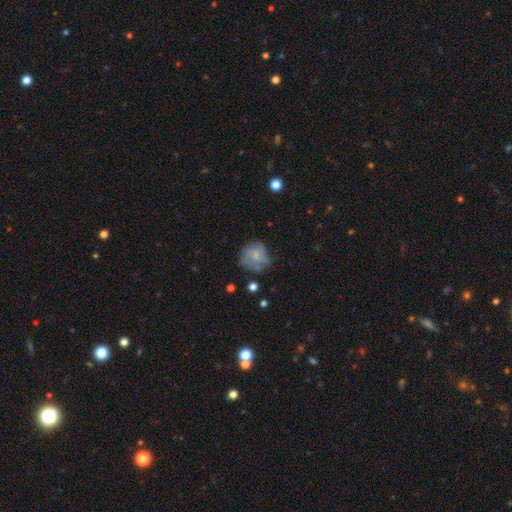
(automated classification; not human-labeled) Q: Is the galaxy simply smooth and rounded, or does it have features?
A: smooth — 58%.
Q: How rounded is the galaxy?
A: round — 78%.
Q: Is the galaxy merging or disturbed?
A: none — 53%.